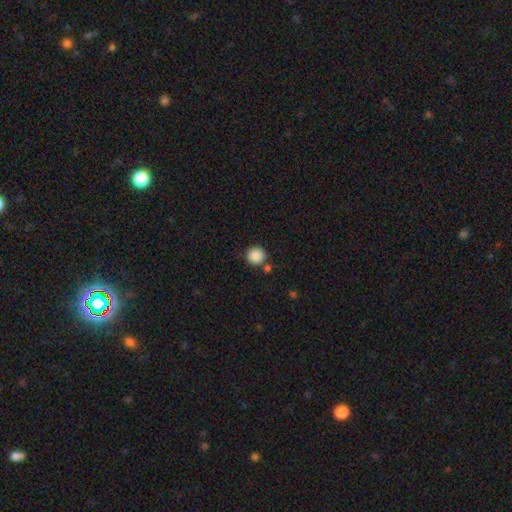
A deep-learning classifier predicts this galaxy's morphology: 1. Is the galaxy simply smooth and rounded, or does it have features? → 88% smooth, 9% star or artifact, 3% featured or disk.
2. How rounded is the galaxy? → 94% round, 5% in between, 1% cigar-shaped.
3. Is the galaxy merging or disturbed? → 81% none, 8% minor disturbance, 8% merger, 3% major disturbance.